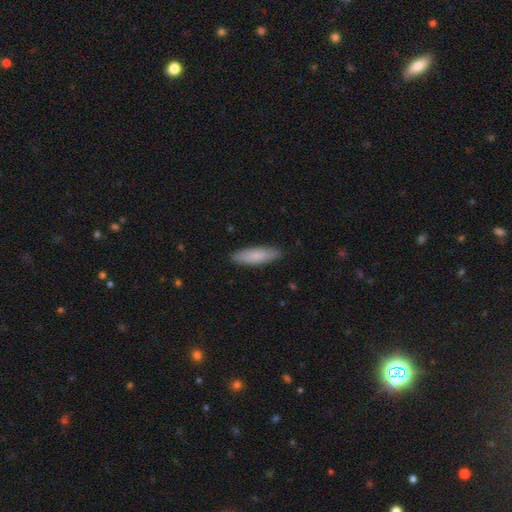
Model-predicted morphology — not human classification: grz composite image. It shows a smooth galaxy with no disk features (81%) that is cigar-shaped (60%). Merging: none (88%).